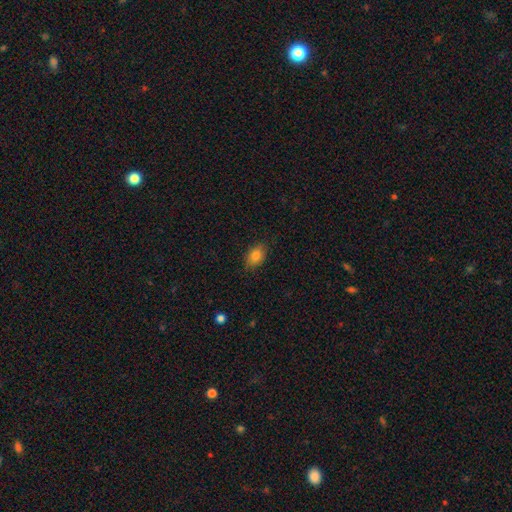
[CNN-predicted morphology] The model was most divided on "how rounded": in between: 83%, round: 16%, cigar-shaped: 2%. More confident: merging — none (84%); smooth or featured — smooth (83%).